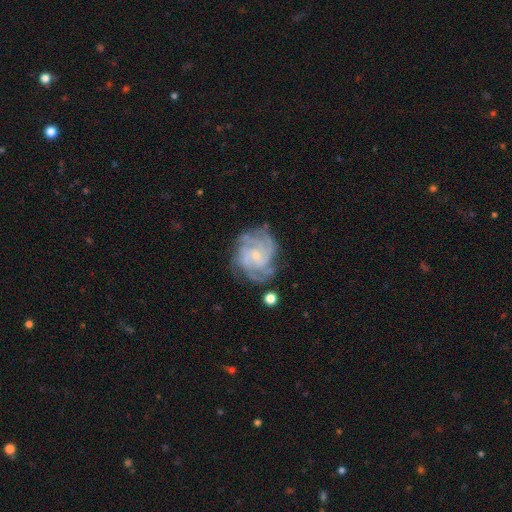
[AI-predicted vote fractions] This appears to be a featured or disk galaxy (86%) with no bar (58%), 4 (31%) tight (58%) spiral arms (96%) and a small central bulge (71%). Merging: none (70%).